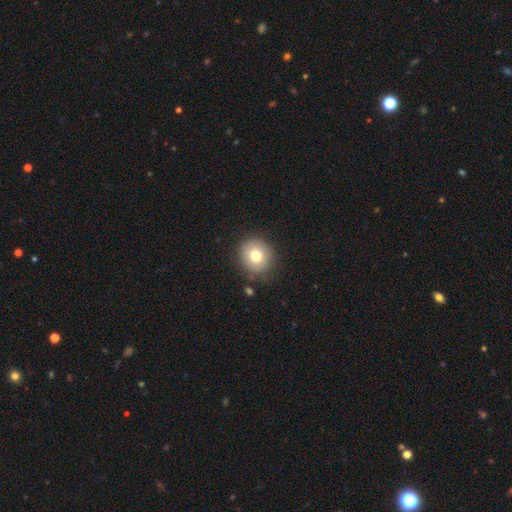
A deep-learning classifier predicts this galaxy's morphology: Smooth or featured?
  - smooth: 76% *
  - featured or disk: 14%
  - star or artifact: 10%
How rounded?
  - round: 87% *
  - in between: 12%
  - cigar-shaped: 1%
Merging?
  - none: 86% *
  - minor disturbance: 9%
  - major disturbance: 3%
  - merger: 2%